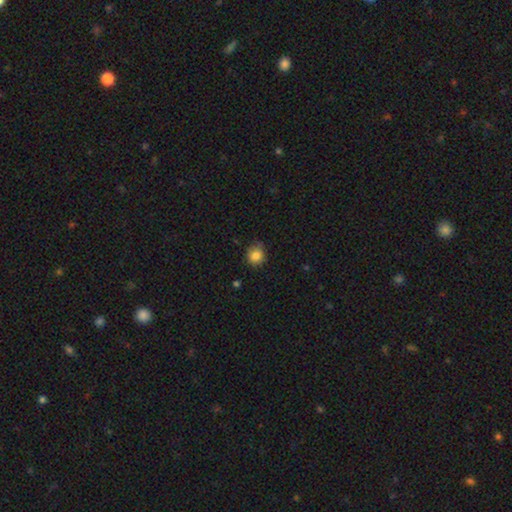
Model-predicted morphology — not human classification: Smooth or featured?
  - smooth: 85% *
  - star or artifact: 10%
  - featured or disk: 5%
How rounded?
  - round: 83% *
  - in between: 16%
  - cigar-shaped: 1%
Merging?
  - none: 72% *
  - minor disturbance: 23%
  - major disturbance: 4%
  - merger: 1%